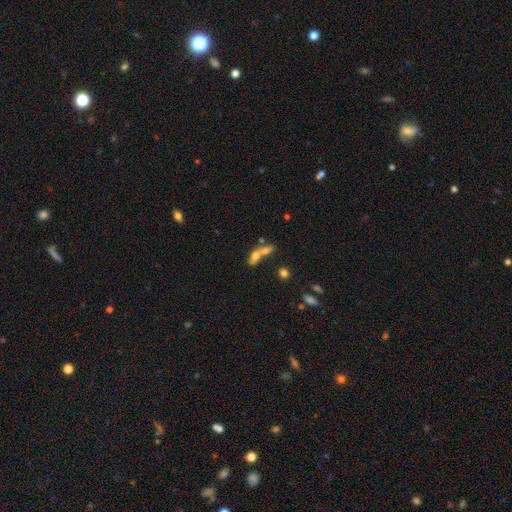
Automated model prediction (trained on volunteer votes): smooth-or-featured: smooth: 59% | featured or disk: 29% | star or artifact: 12%
  how-rounded: in between: 59% | round: 21% | cigar-shaped: 20%
  merging: merger: 65% | none: 20% | minor disturbance: 8% | major disturbance: 7%